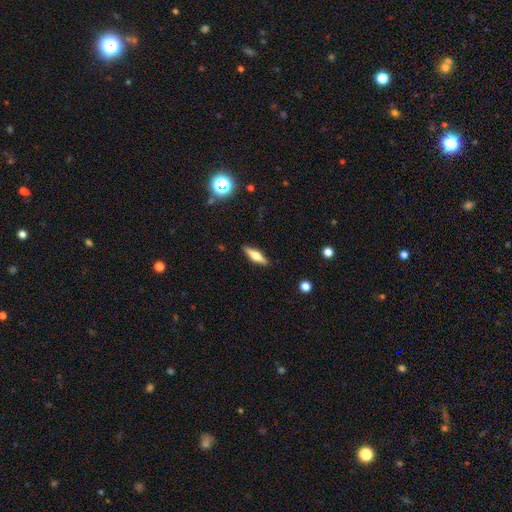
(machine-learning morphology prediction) Smooth or featured: featured or disk — 49% (smooth — 43%)
Merging: none — 89% (minor disturbance — 8%)